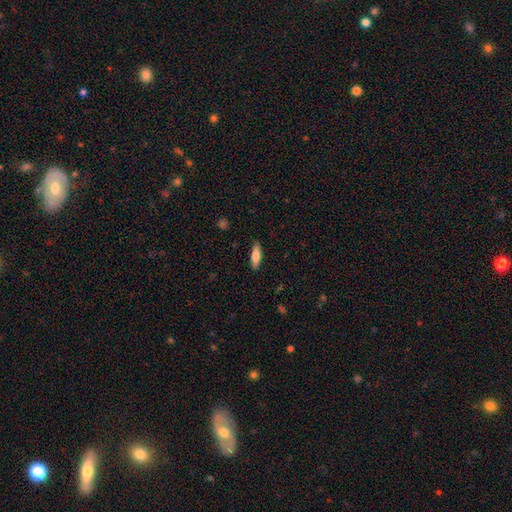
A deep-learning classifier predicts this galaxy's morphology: Smooth or featured?
  - smooth: 72% *
  - featured or disk: 22%
  - star or artifact: 6%
How rounded?
  - cigar-shaped: 49% * (tied)
  - in between: 49% * (tied)
  - round: 2%
Merging?
  - none: 88% *
  - minor disturbance: 9%
  - major disturbance: 2%
  - merger: 1%